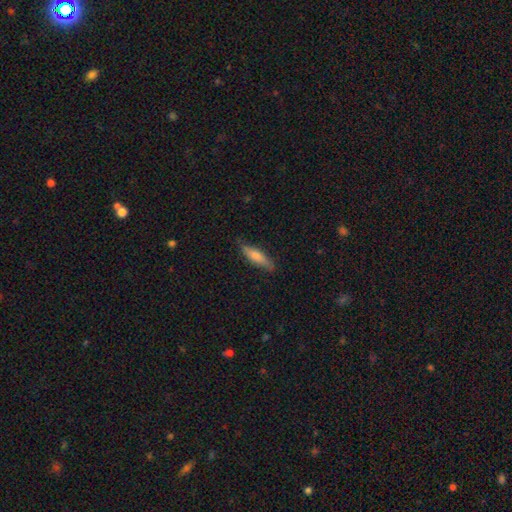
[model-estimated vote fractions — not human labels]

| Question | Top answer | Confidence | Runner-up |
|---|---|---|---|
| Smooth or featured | smooth | 65% | featured or disk (29%) |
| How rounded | cigar-shaped | 76% | in between (22%) |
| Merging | none | 82% | minor disturbance (15%) |